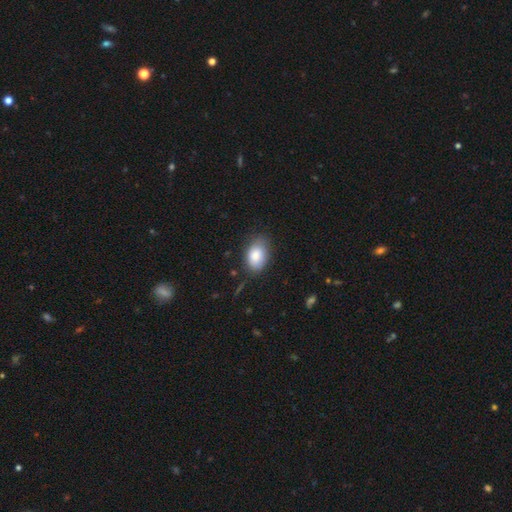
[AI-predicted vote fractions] A smooth galaxy with no disk features (85%) that is in between round and cigar-shaped (88%).

Vote fractions:
- Smooth or featured? smooth: 85% / featured or disk: 8% / star or artifact: 7%
- How rounded? in between: 88% / round: 11% / cigar-shaped: 1%
- Merging? none: 73% / minor disturbance: 21% / major disturbance: 5% / merger: 2%